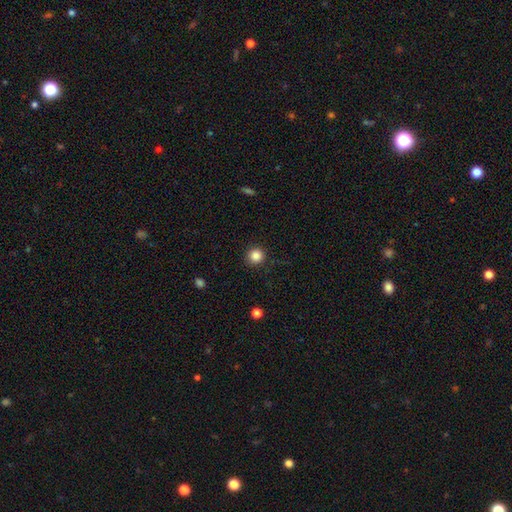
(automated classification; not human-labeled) smooth 85%, star or artifact 11%, featured or disk 4%. Down the decision tree: how rounded — round (94%); merging — none (91%).